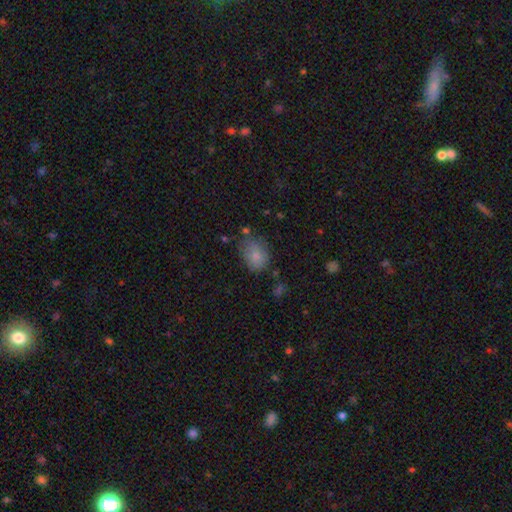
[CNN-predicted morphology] This appears to be a smooth galaxy with no disk features (81%) that is in between round and cigar-shaped (64%). Merging: none (59%).